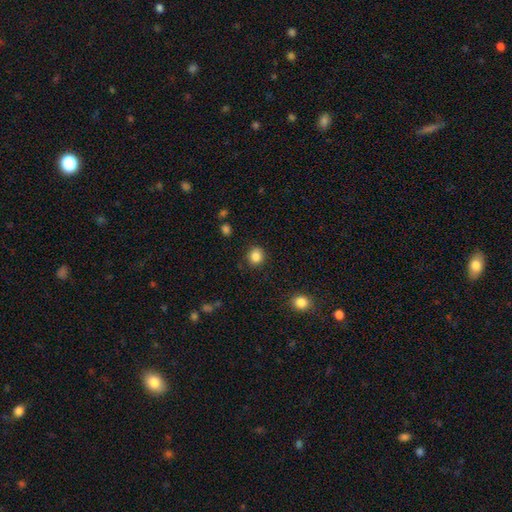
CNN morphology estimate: This appears to be a smooth galaxy with no disk features (85%) that is round (87%). Merging: none (89%).